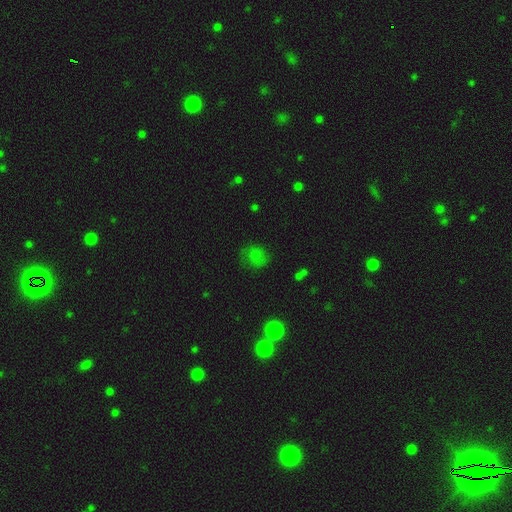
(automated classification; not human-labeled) smooth-or-featured: smooth: 68% | star or artifact: 19% | featured or disk: 13%
  how-rounded: round: 70% | in between: 28% | cigar-shaped: 1%
  merging: none: 63% | minor disturbance: 23% | major disturbance: 12% | merger: 2%